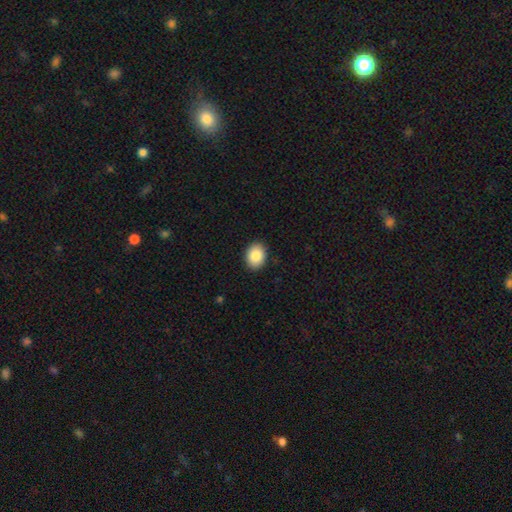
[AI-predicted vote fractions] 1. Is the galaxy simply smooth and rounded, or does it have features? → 88% smooth, 7% star or artifact, 5% featured or disk.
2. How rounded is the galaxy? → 63% in between, 36% round, 1% cigar-shaped.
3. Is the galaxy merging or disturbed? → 91% none, 7% minor disturbance, 2% major disturbance, 1% merger.